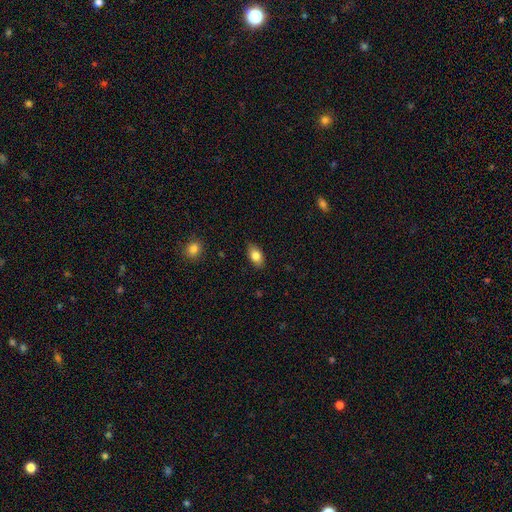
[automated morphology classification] Smooth or featured: smooth — 82% (featured or disk — 10%)
How rounded: in between — 89% (round — 8%)
Merging: none — 86% (minor disturbance — 10%)